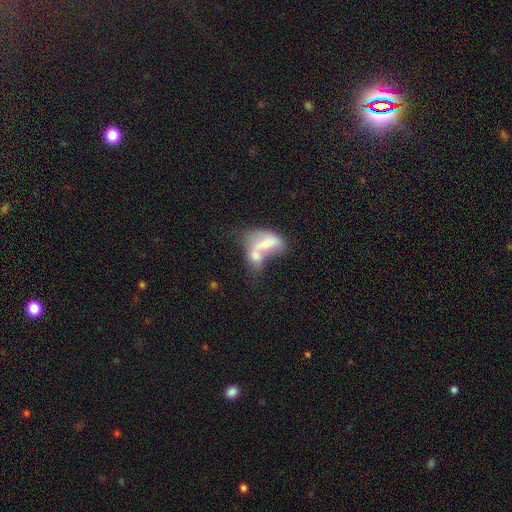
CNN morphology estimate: Smooth or featured?
  - smooth: 60% *
  - featured or disk: 33%
  - star or artifact: 8%
How rounded?
  - in between: 83% *
  - round: 11%
  - cigar-shaped: 6%
Merging?
  - merger: 75% *
  - none: 10%
  - major disturbance: 9%
  - minor disturbance: 6%